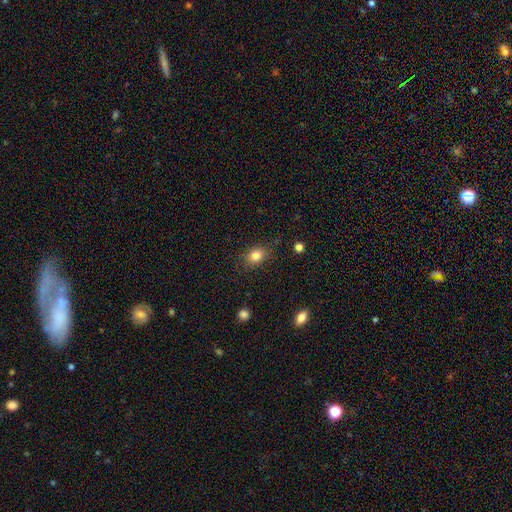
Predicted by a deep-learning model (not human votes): Q: Smooth or featured?
A: smooth (83%); runner-up: star or artifact (10%)
Q: How rounded?
A: in between (58%); runner-up: round (40%)
Q: Merging?
A: none (81%); runner-up: minor disturbance (14%)